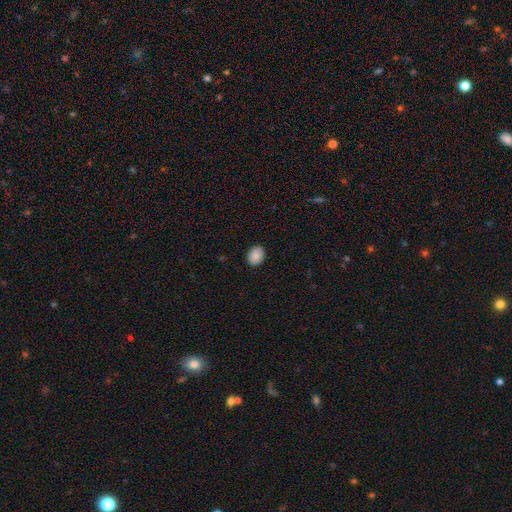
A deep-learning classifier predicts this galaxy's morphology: Smooth or featured? smooth (89%)
How rounded? in between (63%)
Merging? none (90%)